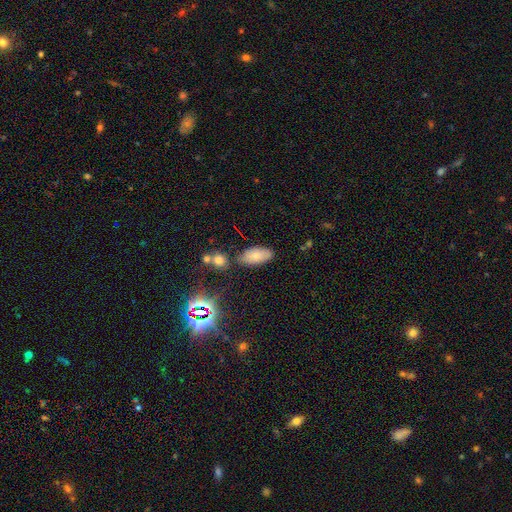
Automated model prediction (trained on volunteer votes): smooth_or_featured: smooth (p=0.78) [alt: featured or disk p=0.12]
how_rounded: in between (p=0.92) [alt: cigar-shaped p=0.06]
merging: none (p=0.76) [alt: minor disturbance p=0.15]